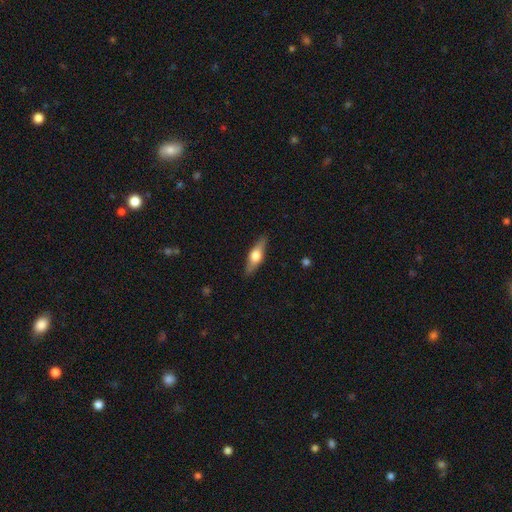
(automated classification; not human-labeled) Overall: featured or disk (49%; smooth 45%). Merging: none (87%).